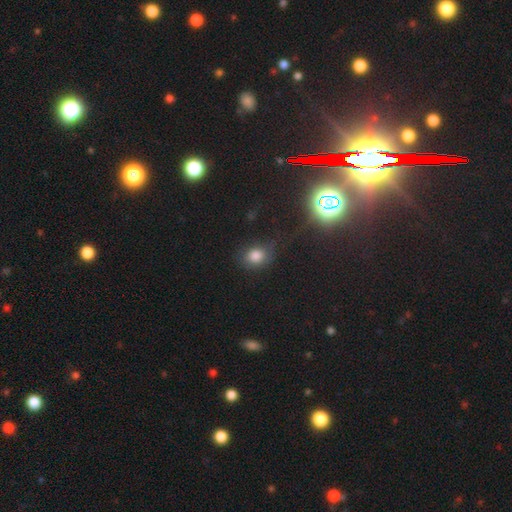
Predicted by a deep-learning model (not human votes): This appears to be a smooth galaxy with no disk features (78%) that is round (51%). Merging: none (66%).